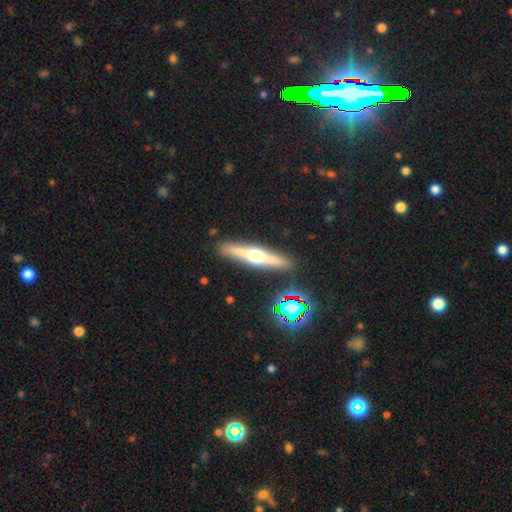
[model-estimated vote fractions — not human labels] A featured or disk galaxy (68%) viewed edge-on (96%) with a rounded central bulge (95%). Merging: none (89%).